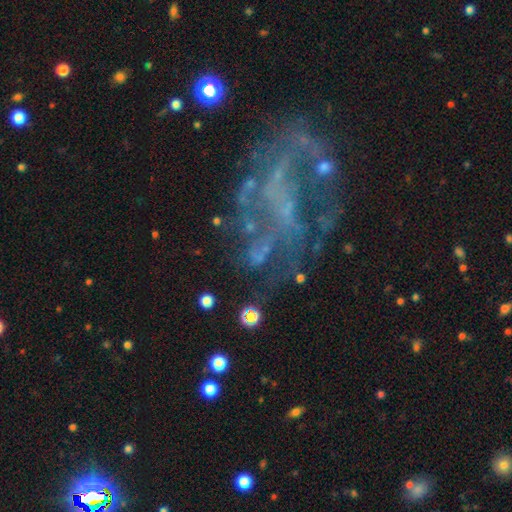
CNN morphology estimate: type=featured or disk (54%); edge-on=no (96%); bar=no (71%); spiral arms=no (50%, tied with yes); bulge=none (56%); merging=none (47%).